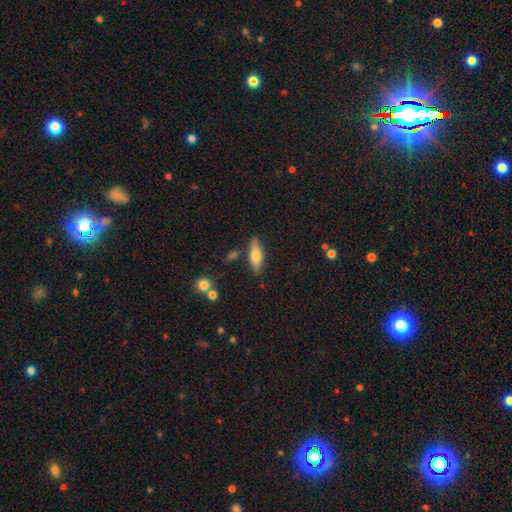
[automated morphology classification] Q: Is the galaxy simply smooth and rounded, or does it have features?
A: smooth — 61%.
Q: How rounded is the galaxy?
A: in between — 56%.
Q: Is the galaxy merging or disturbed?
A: none — 82%.